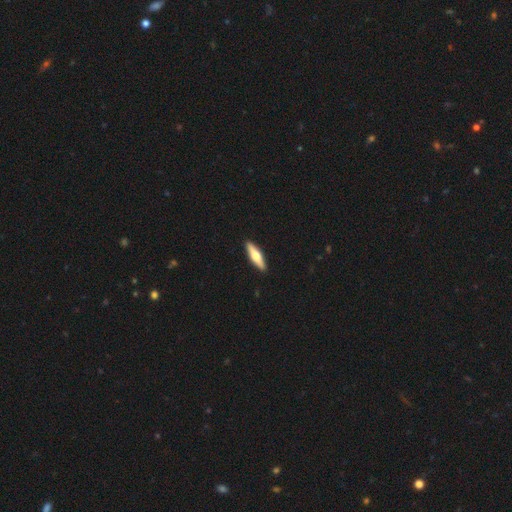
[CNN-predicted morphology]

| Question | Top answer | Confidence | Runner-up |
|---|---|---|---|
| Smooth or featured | smooth | 48% | tied: featured or disk (48%) |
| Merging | none | 92% | minor disturbance (6%) |